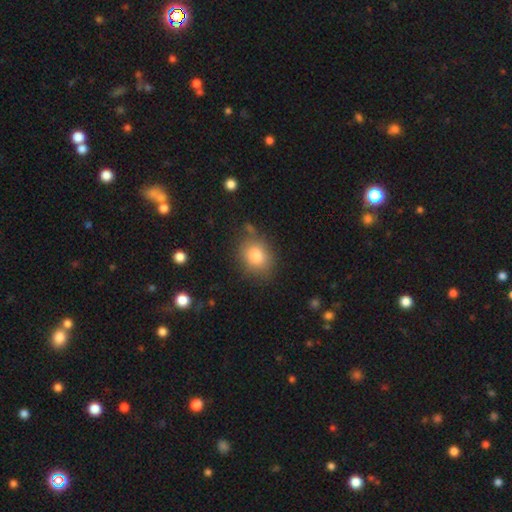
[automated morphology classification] Overall: smooth (80%). How rounded: round (56%; in between 43%). Merging: none (76%).